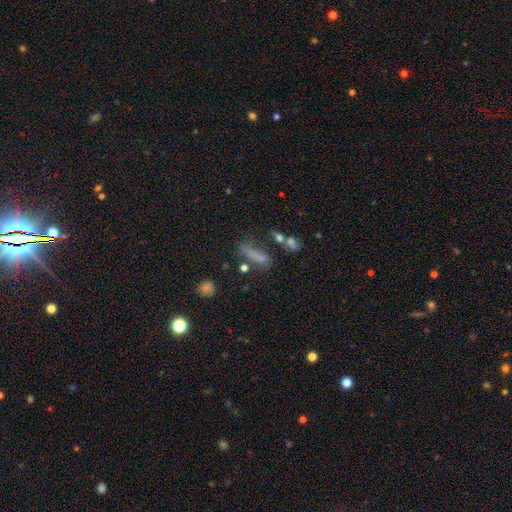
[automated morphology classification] smooth_or_featured: smooth (p=0.62) [alt: featured or disk p=0.20]
how_rounded: cigar-shaped (p=0.58) [alt: in between p=0.36]
merging: none (p=0.47) [alt: minor disturbance p=0.21]